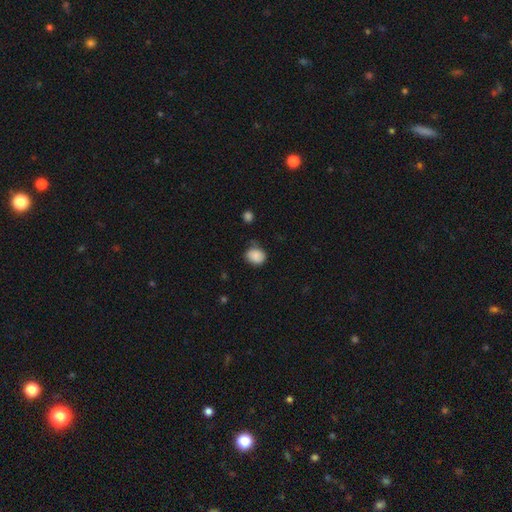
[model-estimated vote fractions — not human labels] This appears to be a smooth galaxy with no disk features (87%) that is round (59%). Merging: none (64%).